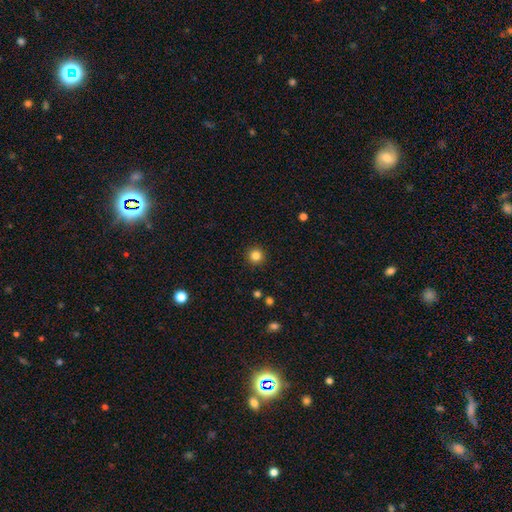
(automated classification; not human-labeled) smooth-or-featured: smooth: 83% | star or artifact: 12% | featured or disk: 4%
  how-rounded: round: 95% | in between: 4% | cigar-shaped: 1%
  merging: none: 93% | minor disturbance: 5% | major disturbance: 2% | merger: 1%